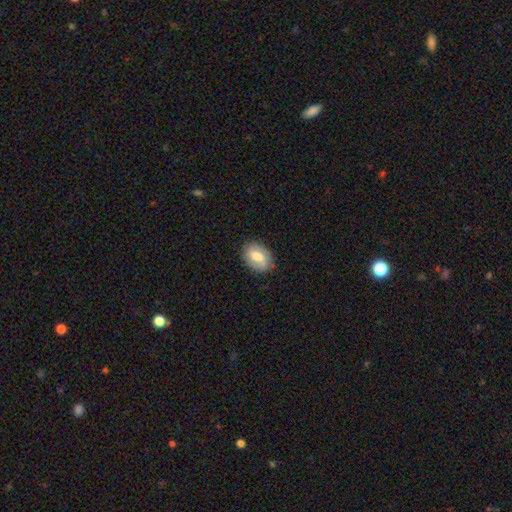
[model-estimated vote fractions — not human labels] smooth-or-featured: smooth: 68% | featured or disk: 25% | star or artifact: 7%
  how-rounded: in between: 77% | round: 22% | cigar-shaped: 1%
  merging: none: 84% | minor disturbance: 12% | major disturbance: 3% | merger: 1%